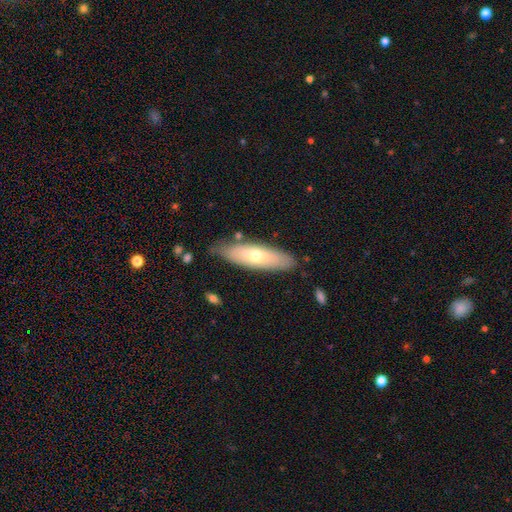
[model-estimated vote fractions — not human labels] smooth 56%, featured or disk 38%, star or artifact 6%. Down the decision tree: how rounded — cigar-shaped (57%); merging — none (79%).